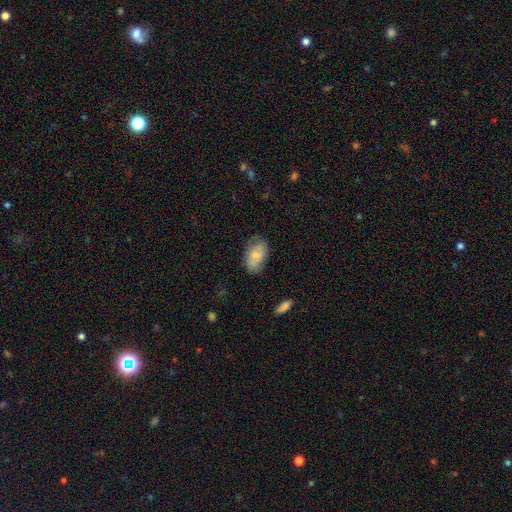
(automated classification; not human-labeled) Smooth or featured? smooth (77%)
How rounded? in between (93%)
Merging? none (67%)